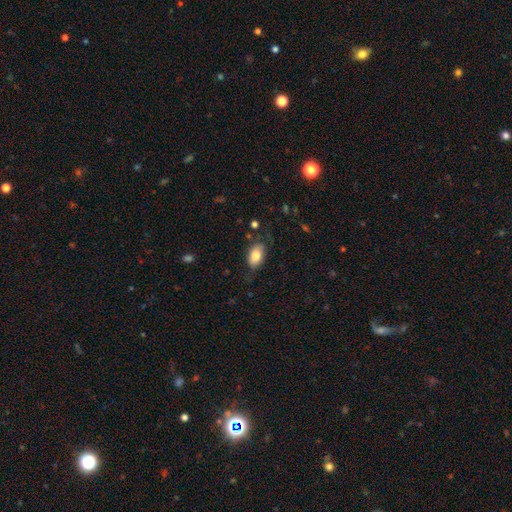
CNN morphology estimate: Smooth or featured? smooth (81%)
How rounded? in between (91%)
Merging? none (70%)